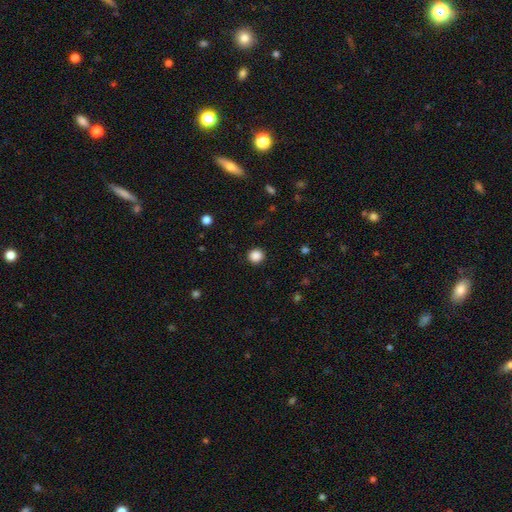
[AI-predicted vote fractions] Q: Smooth or featured?
A: smooth (87%); runner-up: star or artifact (10%)
Q: How rounded?
A: round (91%); runner-up: in between (8%)
Q: Merging?
A: none (92%); runner-up: minor disturbance (5%)